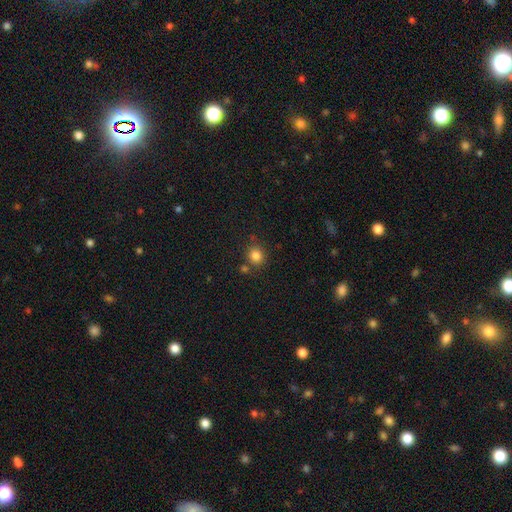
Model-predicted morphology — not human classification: Smooth or featured: smooth — 82% (star or artifact — 12%)
How rounded: round — 82% (in between — 17%)
Merging: none — 75% (merger — 11%)